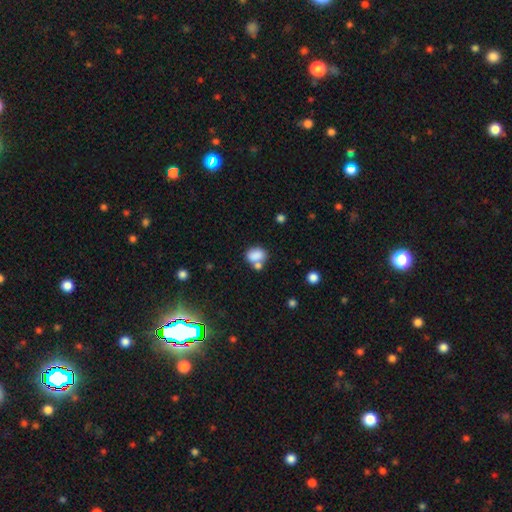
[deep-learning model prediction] Smooth or featured: smooth — 82% (star or artifact — 10%)
How rounded: in between — 67% (round — 31%)
Merging: none — 45% (merger — 36%)